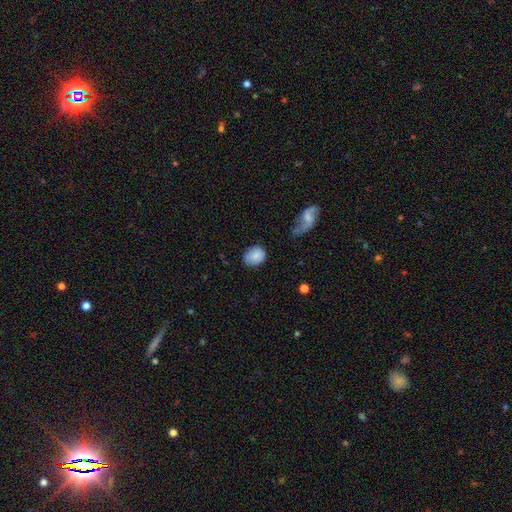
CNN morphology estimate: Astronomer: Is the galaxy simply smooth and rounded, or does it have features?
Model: smooth — 81%.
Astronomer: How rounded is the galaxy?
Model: round — 54% (runner-up: in between, 45%).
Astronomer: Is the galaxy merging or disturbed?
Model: none — 63%.